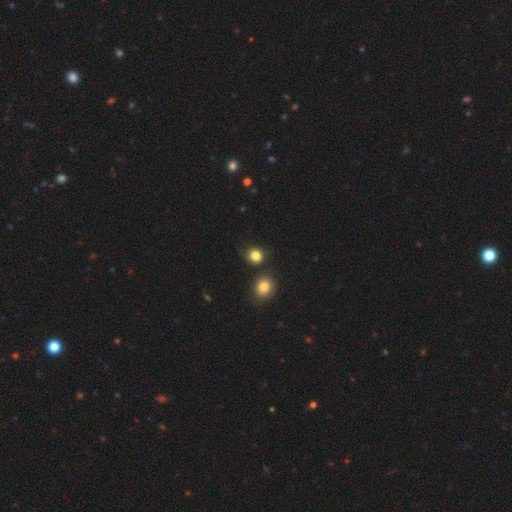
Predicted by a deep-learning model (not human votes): smooth_or_featured: smooth (p=0.83) [alt: star or artifact p=0.12]
how_rounded: round (p=0.82) [alt: in between p=0.17]
merging: none (p=0.76) [alt: minor disturbance p=0.13]